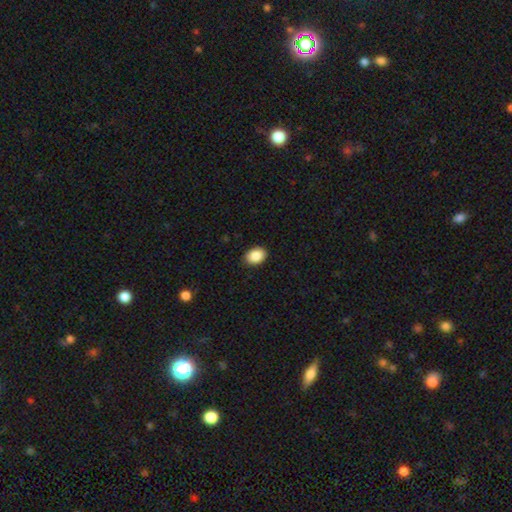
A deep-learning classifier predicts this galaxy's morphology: type=smooth (88%); roundness=in between (72%); merging=none (90%).